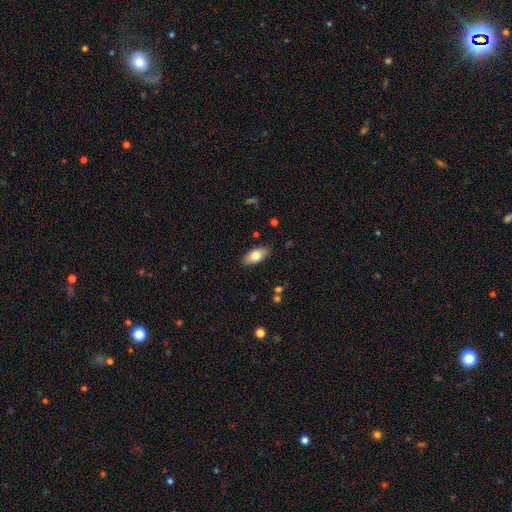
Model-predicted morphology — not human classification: A smooth galaxy with no disk features (77%) that is in between round and cigar-shaped (90%).

Vote fractions:
- Smooth or featured? smooth: 77% / featured or disk: 17% / star or artifact: 6%
- How rounded? in between: 90% / cigar-shaped: 7% / round: 3%
- Merging? none: 87% / minor disturbance: 10% / major disturbance: 2% / merger: 1%